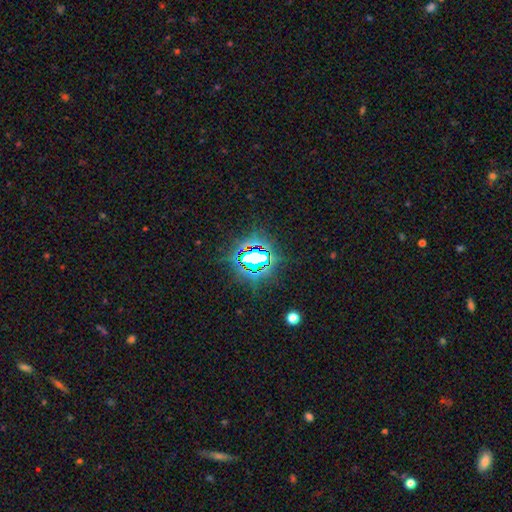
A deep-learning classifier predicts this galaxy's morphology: This appears to be a star or artifact, not a galaxy (84%).